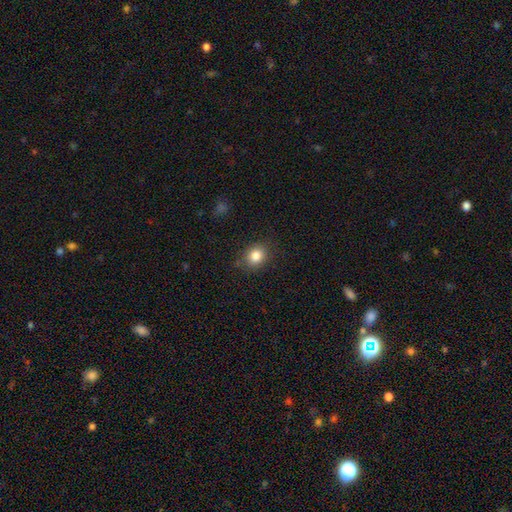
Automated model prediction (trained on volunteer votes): Smooth or featured? smooth (83%)
How rounded? round (58%)
Merging? none (83%)